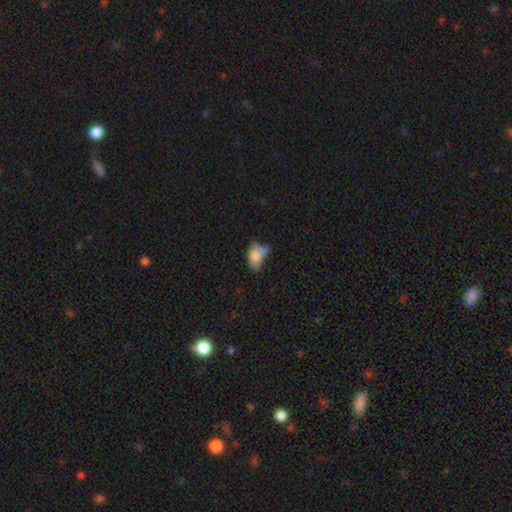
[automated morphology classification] Smooth or featured? smooth (71%)
How rounded? in between (83%)
Merging? minor disturbance (31%)